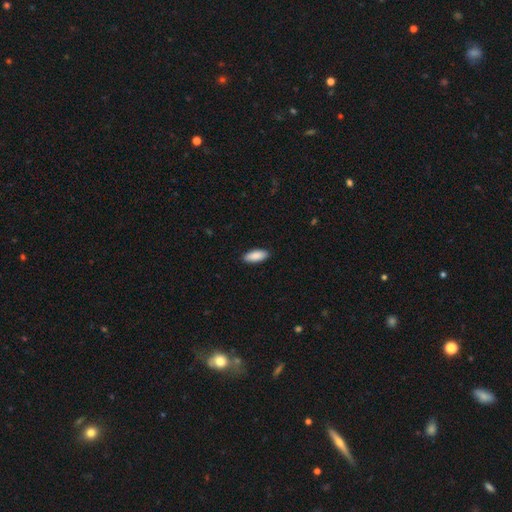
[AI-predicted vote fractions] smooth 90%, star or artifact 6%, featured or disk 5%. Down the decision tree: how rounded — in between (80%); merging — none (89%).